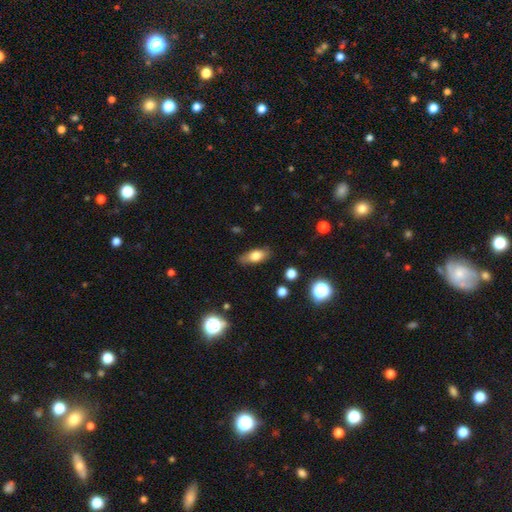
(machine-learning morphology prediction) The model was most divided on "smooth or featured": smooth: 73%, featured or disk: 19%, star or artifact: 8%. More confident: merging — none (81%); how rounded — in between (78%).